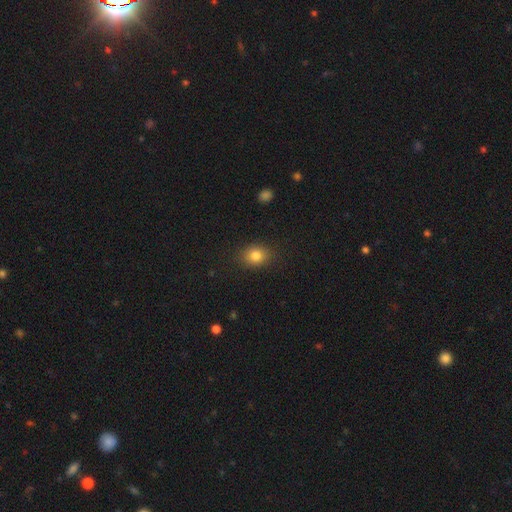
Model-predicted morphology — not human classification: A smooth galaxy with no disk features (82%) that is round (52%).

Vote fractions:
- Smooth or featured? smooth: 82% / star or artifact: 11% / featured or disk: 7%
- How rounded? round: 52% / in between: 47% / cigar-shaped: 1%
- Merging? none: 86% / minor disturbance: 10% / major disturbance: 3% / merger: 1%